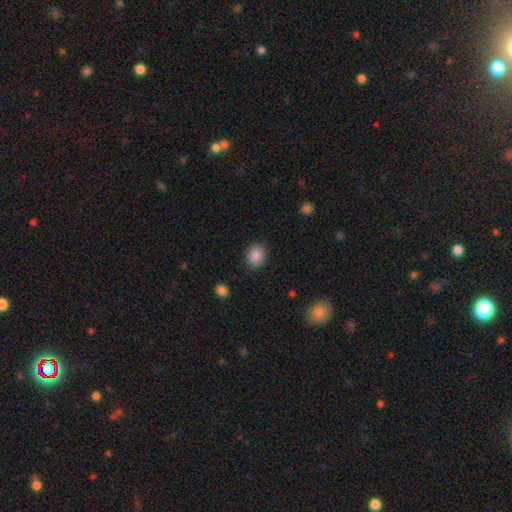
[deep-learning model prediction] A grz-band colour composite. It shows a smooth galaxy with no disk features (88%) that is round (50%). Merging: none (87%).